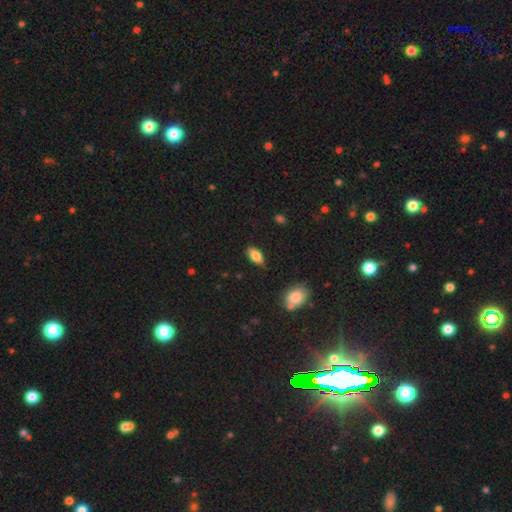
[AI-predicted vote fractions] Overall: smooth (79%). How rounded: in between (85%). Merging: none (77%).